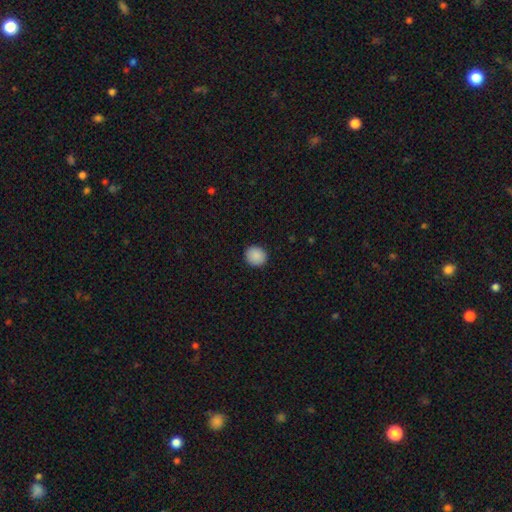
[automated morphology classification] Q: Smooth or featured?
A: smooth (89%); runner-up: star or artifact (8%)
Q: How rounded?
A: round (83%); runner-up: in between (16%)
Q: Merging?
A: none (92%); runner-up: minor disturbance (6%)